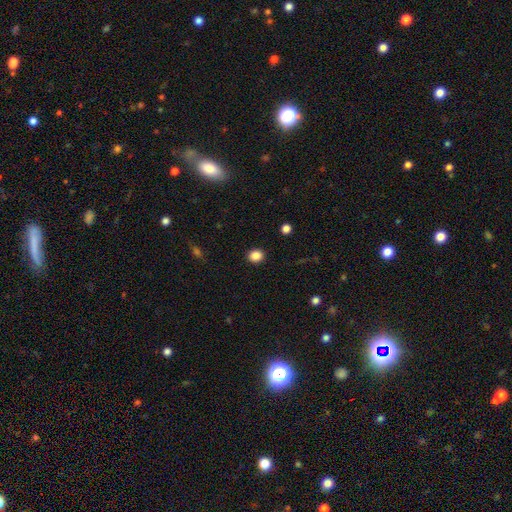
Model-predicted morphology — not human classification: smooth 87%, star or artifact 10%, featured or disk 3%. Down the decision tree: how rounded — round (70%); merging — none (91%).